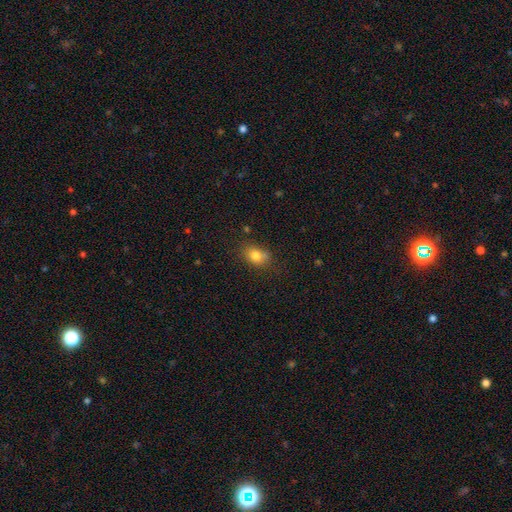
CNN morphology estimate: smooth-or-featured: smooth: 80% | star or artifact: 11% | featured or disk: 9%
  how-rounded: in between: 56% | round: 43% | cigar-shaped: 1%
  merging: none: 65% | minor disturbance: 21% | merger: 8% | major disturbance: 6%